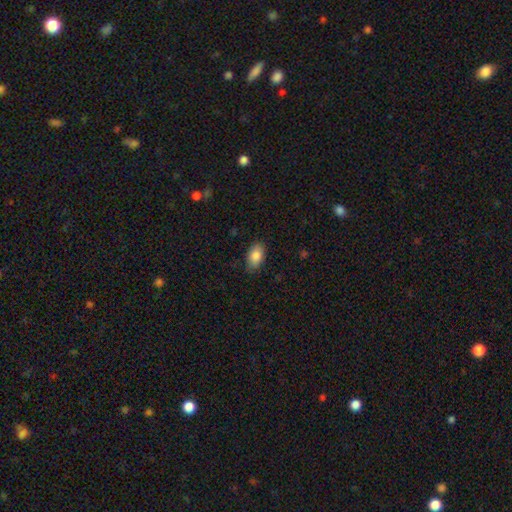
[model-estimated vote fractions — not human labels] smooth 86%, star or artifact 7%, featured or disk 7%. Down the decision tree: how rounded — in between (92%); merging — none (84%).